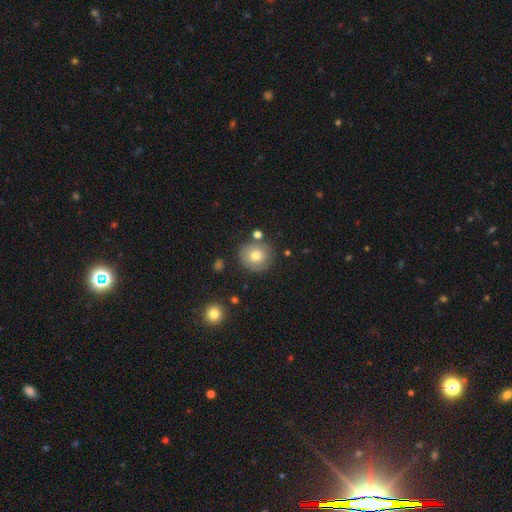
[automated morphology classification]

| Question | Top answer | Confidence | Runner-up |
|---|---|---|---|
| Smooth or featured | smooth | 75% | featured or disk (15%) |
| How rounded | round | 92% | in between (7%) |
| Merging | none | 81% | minor disturbance (10%) |